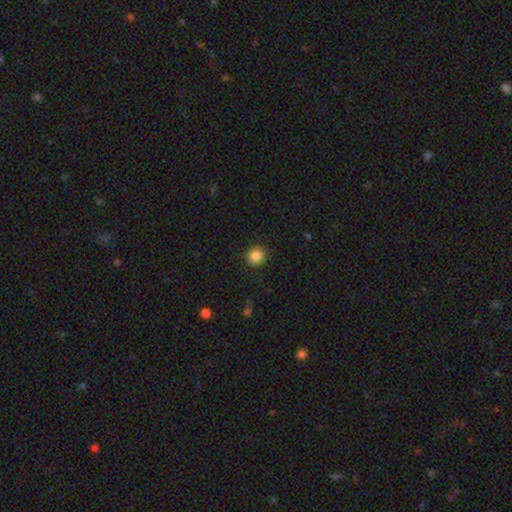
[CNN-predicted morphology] Q: Smooth or featured?
A: smooth (87%); runner-up: star or artifact (10%)
Q: How rounded?
A: round (88%); runner-up: in between (11%)
Q: Merging?
A: none (90%); runner-up: minor disturbance (7%)